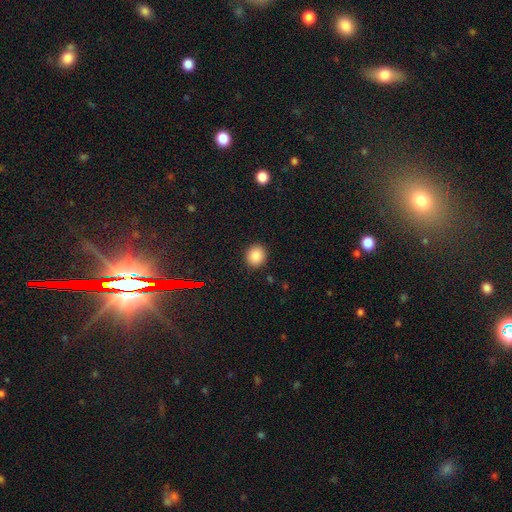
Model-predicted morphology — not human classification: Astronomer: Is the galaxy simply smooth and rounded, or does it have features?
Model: smooth — 86%.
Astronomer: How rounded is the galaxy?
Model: round — 82%.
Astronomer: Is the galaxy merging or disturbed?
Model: none — 90%.